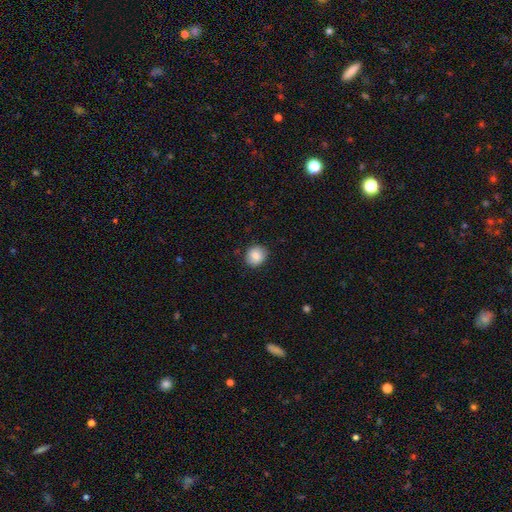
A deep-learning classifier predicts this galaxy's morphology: The model was most divided on "how rounded": round: 78%, in between: 21%, cigar-shaped: 1%. More confident: merging — none (87%); smooth or featured — smooth (86%).